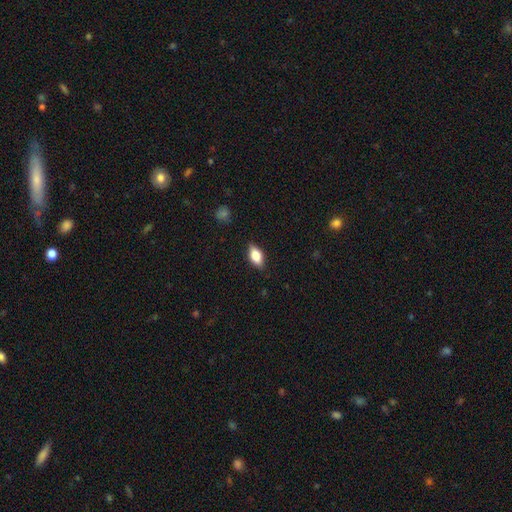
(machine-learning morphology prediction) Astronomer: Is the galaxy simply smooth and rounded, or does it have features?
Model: smooth — 74%.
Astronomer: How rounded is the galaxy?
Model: in between — 85%.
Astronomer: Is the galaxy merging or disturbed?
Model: none — 84%.